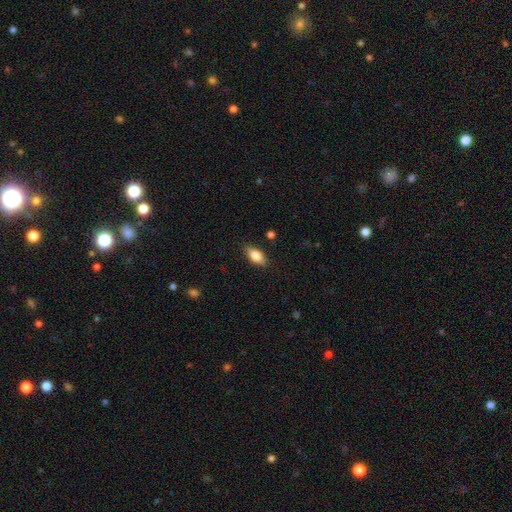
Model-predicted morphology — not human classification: Overall: smooth (80%). How rounded: in between (86%). Merging: none (85%).